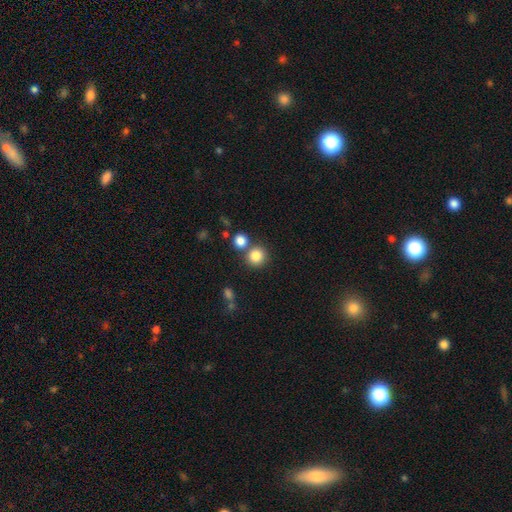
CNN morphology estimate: Overall: smooth (83%). How rounded: round (91%). Merging: none (70%).